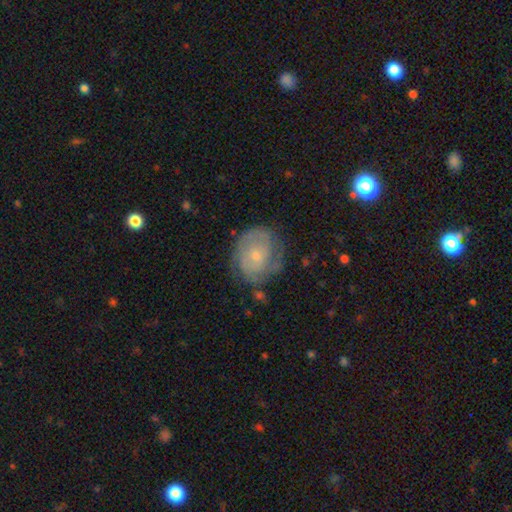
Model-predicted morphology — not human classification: This is possibly a featured or disk galaxy (57%). It is clearly not viewed edge-on (97%). Bar: likely no (80%). Spiral arm pattern: likely yes (74%). Central bulge: likely small (69%). Merging: likely none (62%).